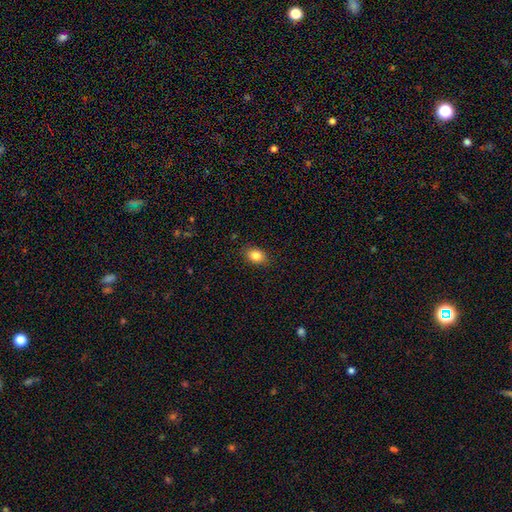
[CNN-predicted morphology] smooth_or_featured: smooth (p=0.84) [alt: star or artifact p=0.09]
how_rounded: in between (p=0.77) [alt: round p=0.22]
merging: none (p=0.87) [alt: minor disturbance p=0.10]